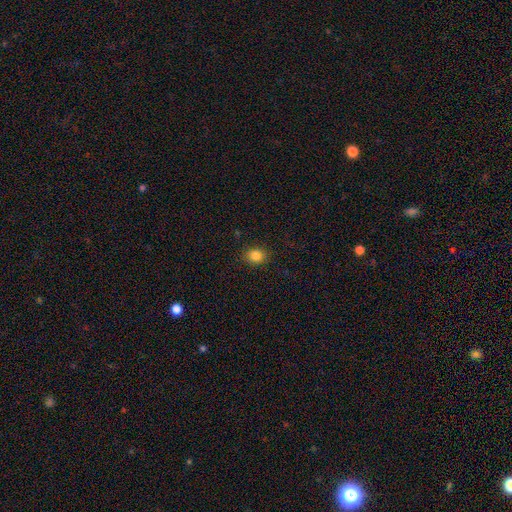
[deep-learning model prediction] Overall: smooth (84%). How rounded: round (69%; in between 30%). Merging: none (88%).